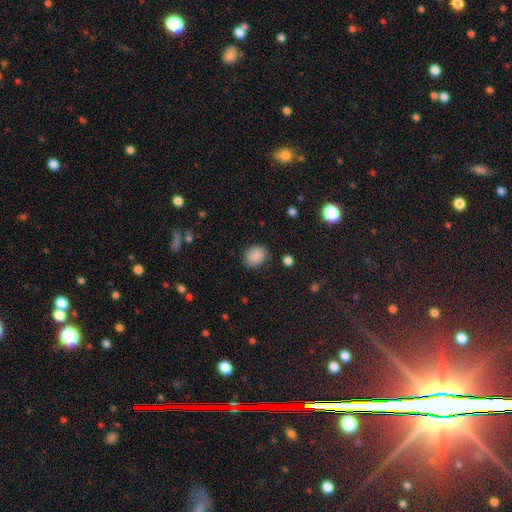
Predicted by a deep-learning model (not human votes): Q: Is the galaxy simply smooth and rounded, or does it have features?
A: smooth — 85%.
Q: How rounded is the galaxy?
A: round — 50%.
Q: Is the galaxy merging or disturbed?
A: none — 82%.